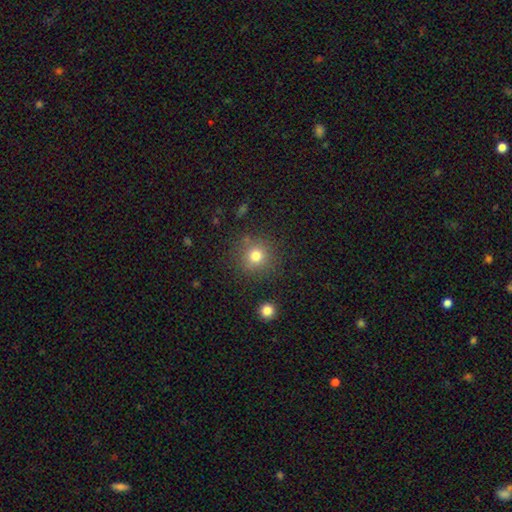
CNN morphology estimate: This is likely a smooth galaxy (78%). How rounded: clearly round (91%). Merging: clearly none (84%).